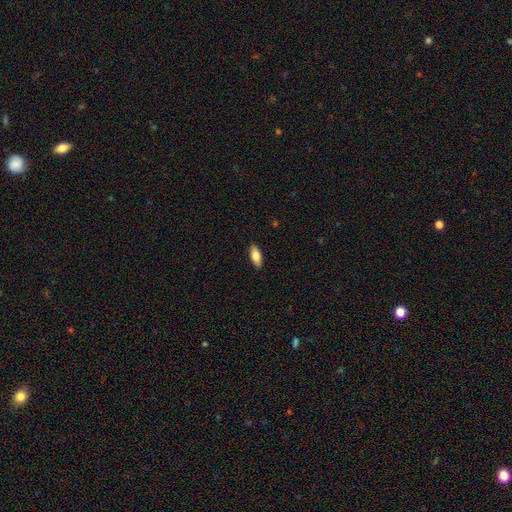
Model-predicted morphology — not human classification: The model was most divided on "smooth or featured": smooth: 79%, featured or disk: 14%, star or artifact: 6%. More confident: merging — none (89%); how rounded — in between (82%).